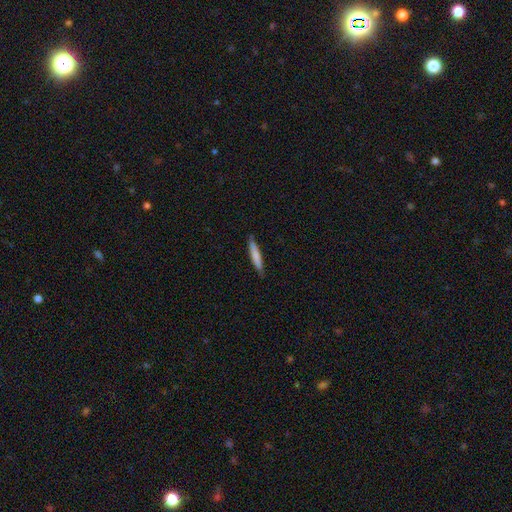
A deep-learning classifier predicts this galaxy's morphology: Q: Smooth or featured?
A: smooth (74%); runner-up: featured or disk (21%)
Q: How rounded?
A: cigar-shaped (93%); runner-up: in between (6%)
Q: Merging?
A: none (86%); runner-up: minor disturbance (11%)